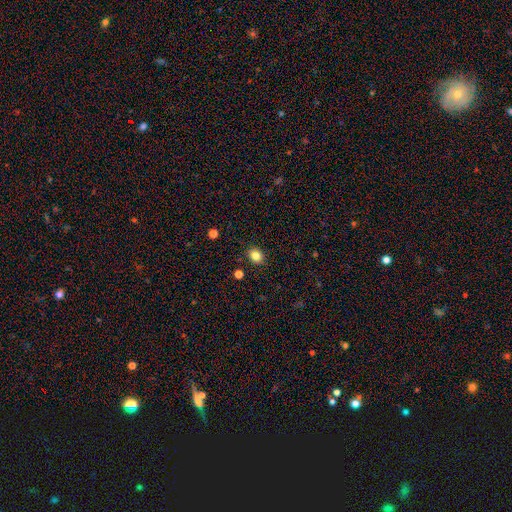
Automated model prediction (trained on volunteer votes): A smooth galaxy with no disk features (83%) that is round (67%). Merging: none (89%).